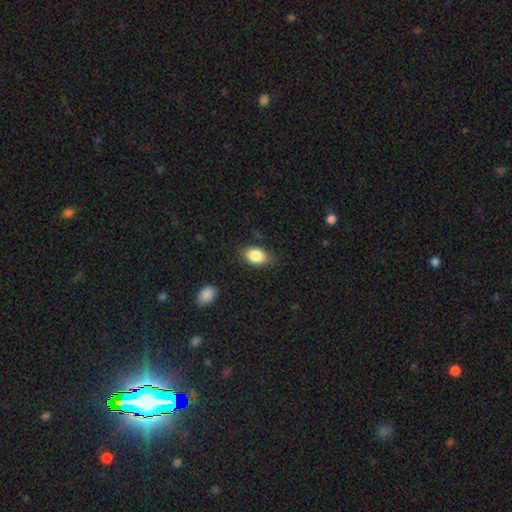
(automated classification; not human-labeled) This appears to be a smooth galaxy with no disk features (86%) that is in between round and cigar-shaped (86%). Merging: none (76%).